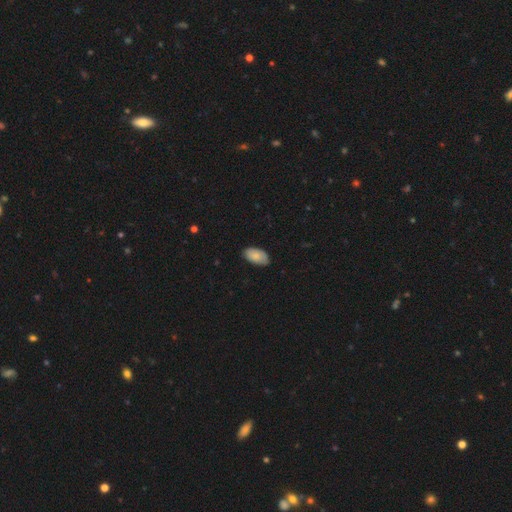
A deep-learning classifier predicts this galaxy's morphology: A smooth galaxy with no disk features (80%) that is in between round and cigar-shaped (95%).

Vote fractions:
- Smooth or featured? smooth: 80% / featured or disk: 13% / star or artifact: 7%
- How rounded? in between: 95% / round: 3% / cigar-shaped: 2%
- Merging? none: 78% / minor disturbance: 18% / major disturbance: 3% / merger: 1%